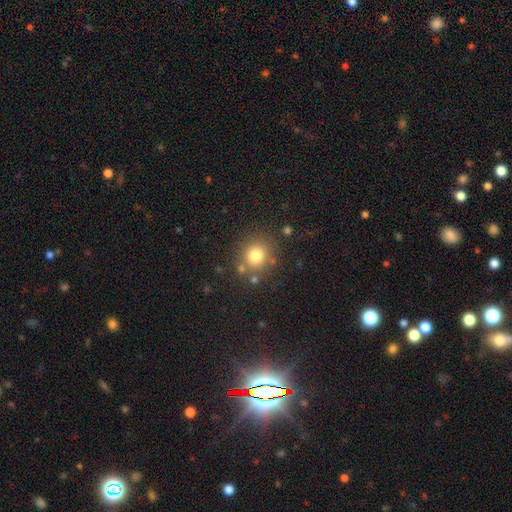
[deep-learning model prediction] Smooth or featured: smooth — 77% (star or artifact — 14%)
How rounded: round — 88% (in between — 11%)
Merging: none — 79% (minor disturbance — 9%)